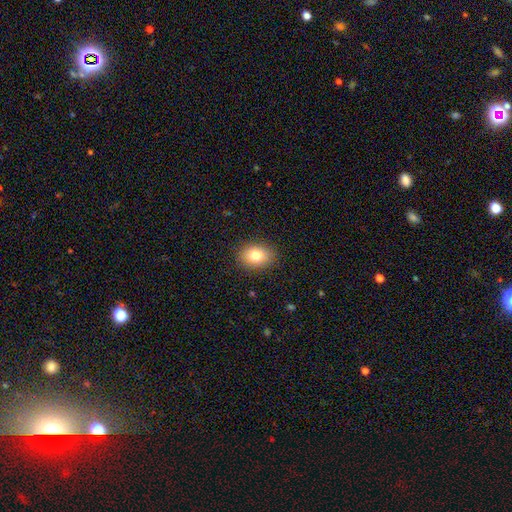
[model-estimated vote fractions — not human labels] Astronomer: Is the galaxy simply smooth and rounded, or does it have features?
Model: smooth — 80%.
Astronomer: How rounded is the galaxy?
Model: in between — 62%.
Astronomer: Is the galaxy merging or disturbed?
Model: none — 88%.